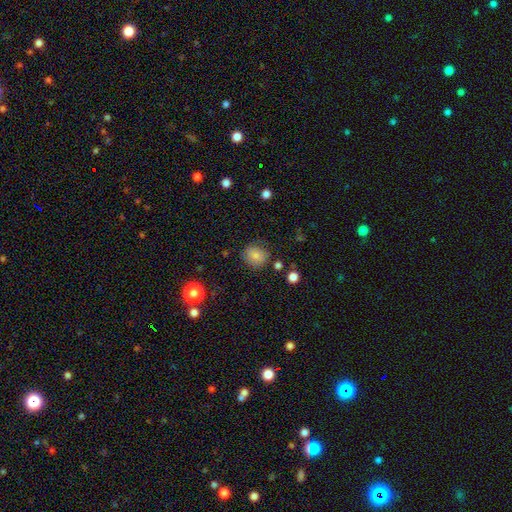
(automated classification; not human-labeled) Smooth or featured?
  - smooth: 81% *
  - star or artifact: 11%
  - featured or disk: 8%
How rounded?
  - round: 74% *
  - in between: 25%
  - cigar-shaped: 1%
Merging?
  - none: 78% *
  - minor disturbance: 15%
  - major disturbance: 4%
  - merger: 3%